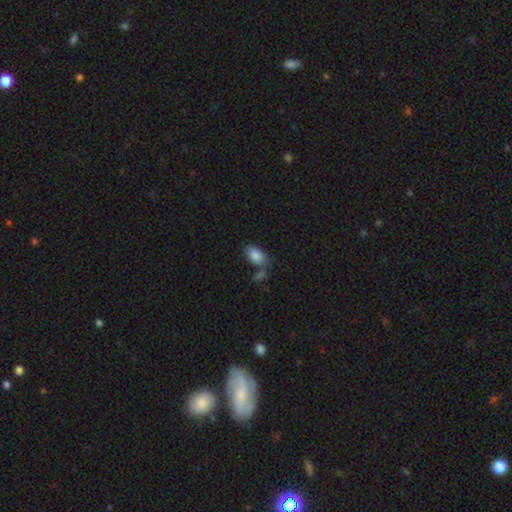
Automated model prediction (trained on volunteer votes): Smooth or featured? smooth (85%)
How rounded? in between (93%)
Merging? none (55%)